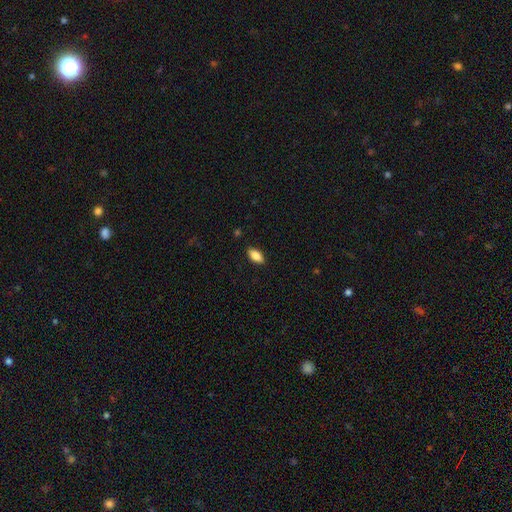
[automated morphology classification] A smooth galaxy with no disk features (86%) that is in between round and cigar-shaped (90%).

Vote fractions:
- Smooth or featured? smooth: 86% / featured or disk: 7% / star or artifact: 7%
- How rounded? in between: 90% / cigar-shaped: 7% / round: 3%
- Merging? none: 88% / minor disturbance: 9% / major disturbance: 2% / merger: 1%